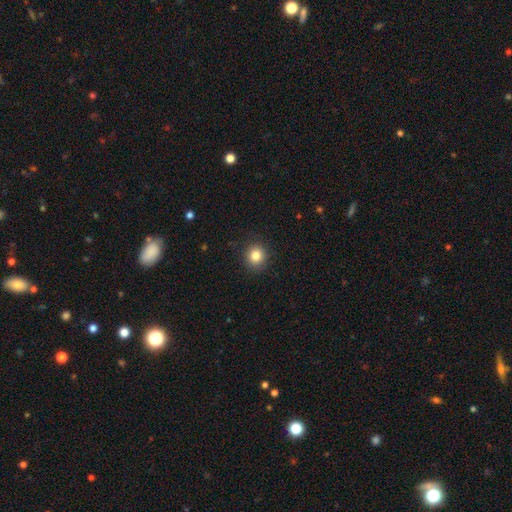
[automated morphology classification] A smooth galaxy with no disk features (83%) that is round (89%).

Vote fractions:
- Smooth or featured? smooth: 83% / star or artifact: 11% / featured or disk: 6%
- How rounded? round: 89% / in between: 10% / cigar-shaped: 1%
- Merging? none: 90% / minor disturbance: 7% / major disturbance: 2% / merger: 1%